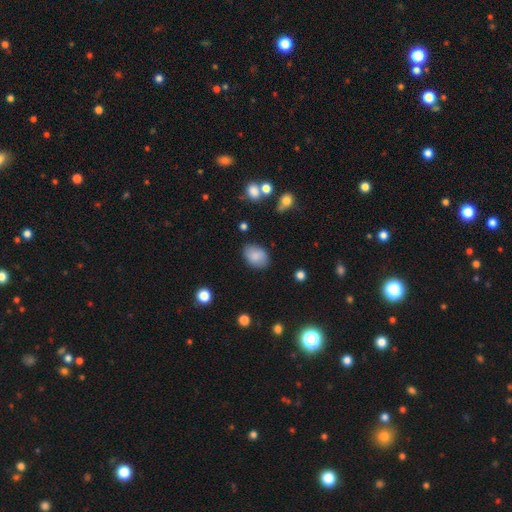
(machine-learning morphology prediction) Overall: smooth (83%). How rounded: in between (81%). Merging: none (80%).